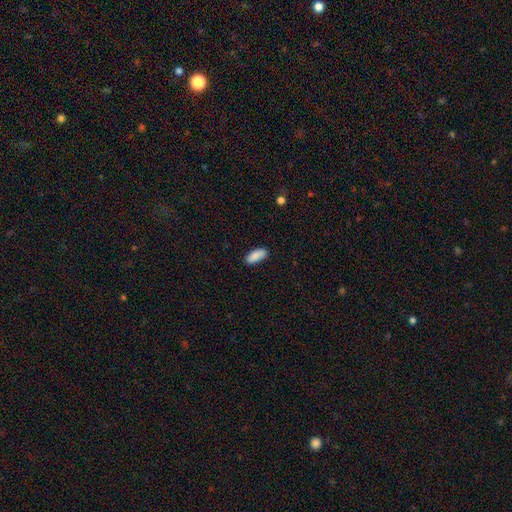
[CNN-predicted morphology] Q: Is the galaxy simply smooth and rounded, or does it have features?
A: smooth — 89%.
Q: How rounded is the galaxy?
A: in between — 79%.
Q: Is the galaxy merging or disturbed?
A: none — 84%.